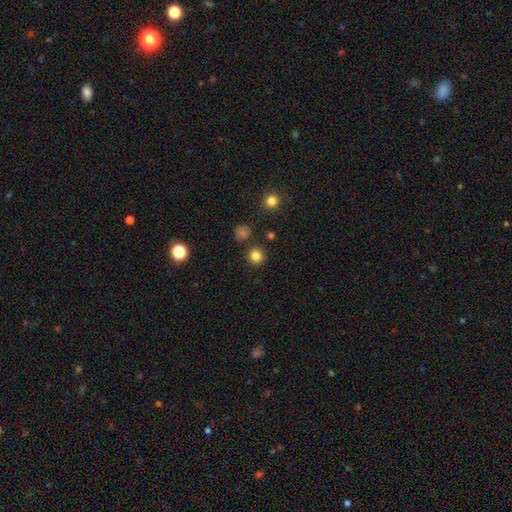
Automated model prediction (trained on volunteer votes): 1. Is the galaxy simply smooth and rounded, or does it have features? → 82% smooth, 14% star or artifact, 4% featured or disk.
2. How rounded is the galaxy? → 95% round, 4% in between, 1% cigar-shaped.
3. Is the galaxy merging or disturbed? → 89% none, 5% minor disturbance, 3% merger, 2% major disturbance.